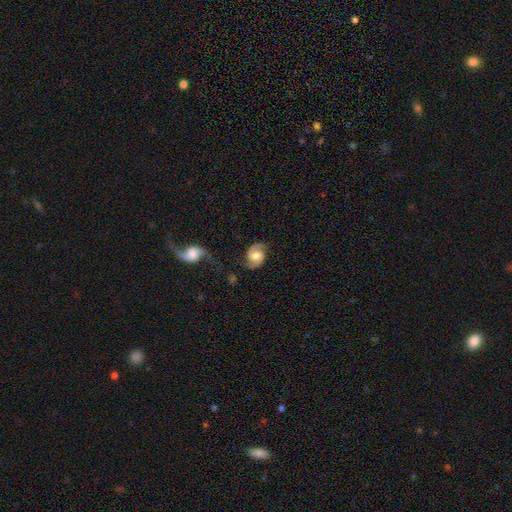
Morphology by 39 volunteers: Smooth or featured? featured or disk (87%)
Edge-on disk? no (100%)
Bar? weak (47%)
Spiral arms? yes (97%)
Spiral winding? medium (70%)
Spiral arm count? 2 (100%)
Bulge size? moderate (79%)
Merging? none (86%)